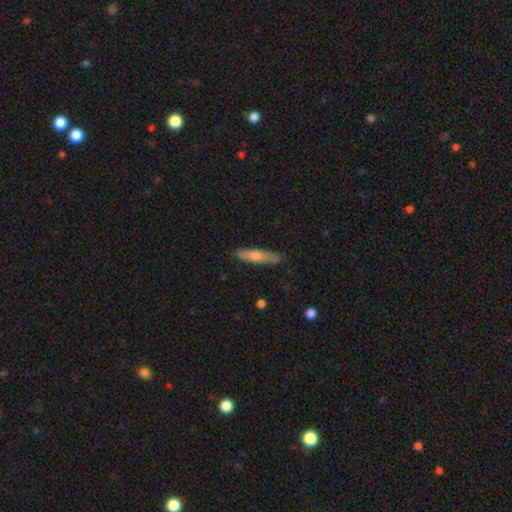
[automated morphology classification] Smooth or featured? Predicted: smooth (p=0.61). How rounded? Predicted: cigar-shaped (p=0.80). Merging? Predicted: none (p=0.83).